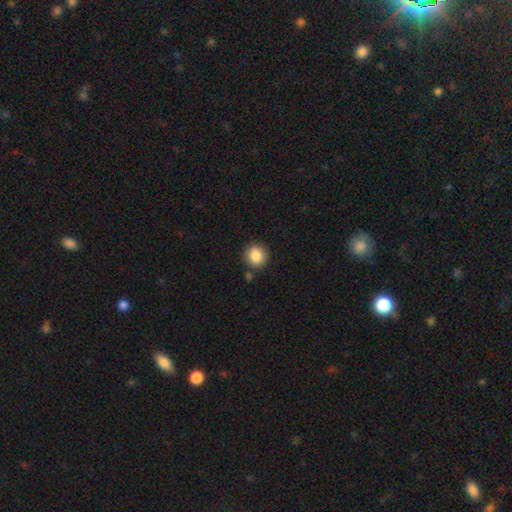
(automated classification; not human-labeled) A smooth galaxy with no disk features (87%) that is round (87%).

Vote fractions:
- Smooth or featured? smooth: 87% / star or artifact: 9% / featured or disk: 4%
- How rounded? round: 87% / in between: 12% / cigar-shaped: 1%
- Merging? none: 84% / minor disturbance: 10% / merger: 4% / major disturbance: 2%